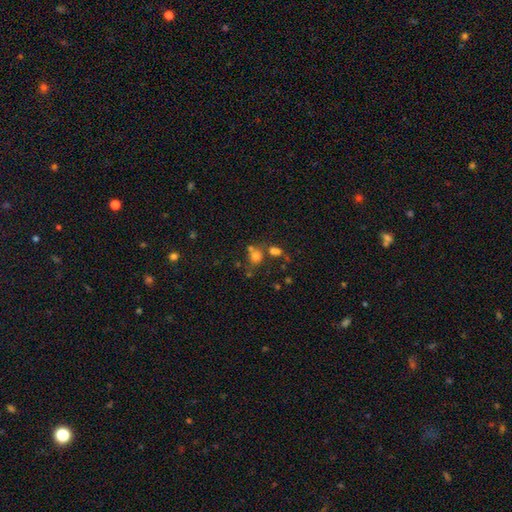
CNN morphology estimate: Q: Smooth or featured?
A: smooth (70%); runner-up: star or artifact (19%)
Q: How rounded?
A: round (72%); runner-up: in between (27%)
Q: Merging?
A: none (52%); runner-up: merger (30%)